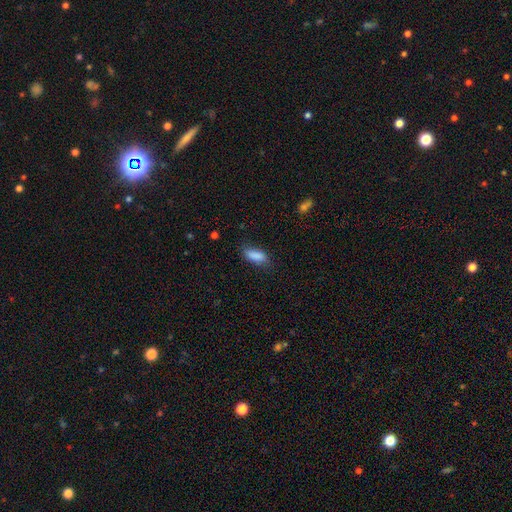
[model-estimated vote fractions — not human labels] Morphology: type=smooth (86%); roundness=in between (80%); merging=none (69%).